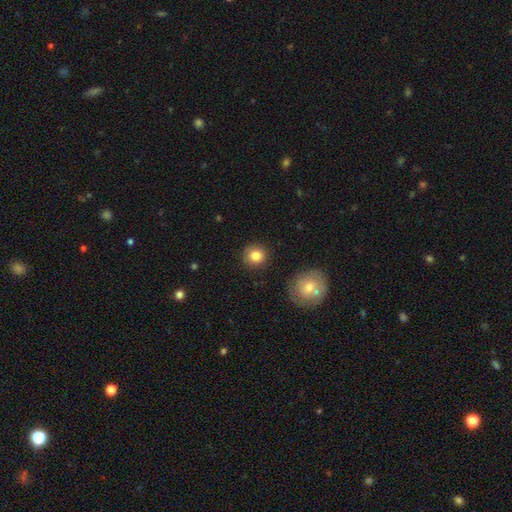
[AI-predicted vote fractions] This appears to be a smooth galaxy with no disk features (83%) that is round (91%). Merging: none (87%).